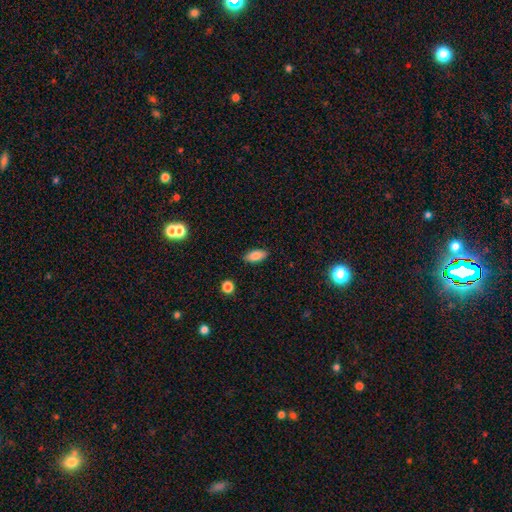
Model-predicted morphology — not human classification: Smooth or featured?
  - smooth: 85% *
  - star or artifact: 8%
  - featured or disk: 7%
How rounded?
  - in between: 85% *
  - cigar-shaped: 12%
  - round: 3%
Merging?
  - none: 87% *
  - minor disturbance: 9%
  - major disturbance: 2%
  - merger: 1%